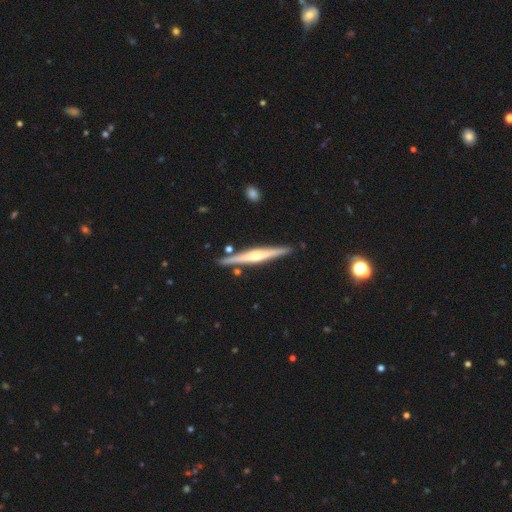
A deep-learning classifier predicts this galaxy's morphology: type=featured or disk (72%); edge-on=yes (98%); edge-on bulge=rounded (76%); merging=none (87%).